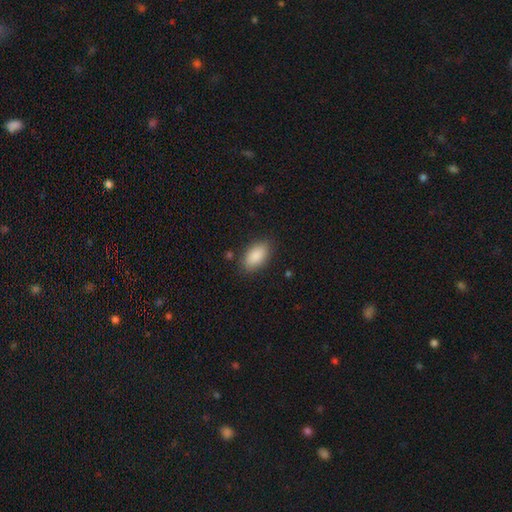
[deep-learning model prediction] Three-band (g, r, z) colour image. It shows a smooth galaxy with no disk features (89%) that is in between round and cigar-shaped (93%). Merging: none (85%).